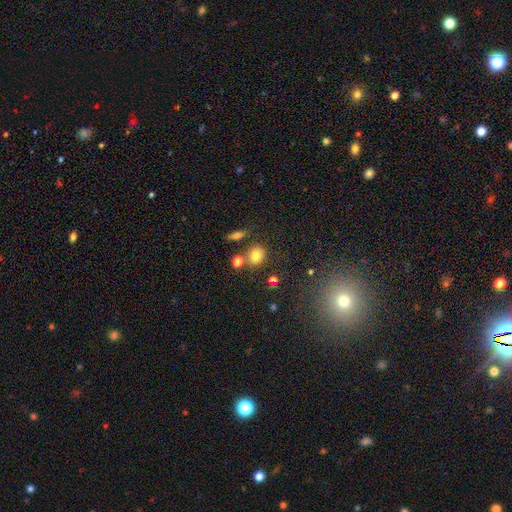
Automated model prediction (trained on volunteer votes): Smooth or featured?
  - smooth: 77% *
  - star or artifact: 13%
  - featured or disk: 10%
How rounded?
  - round: 76% *
  - in between: 22%
  - cigar-shaped: 1%
Merging?
  - none: 71% *
  - merger: 13%
  - minor disturbance: 12%
  - major disturbance: 4%